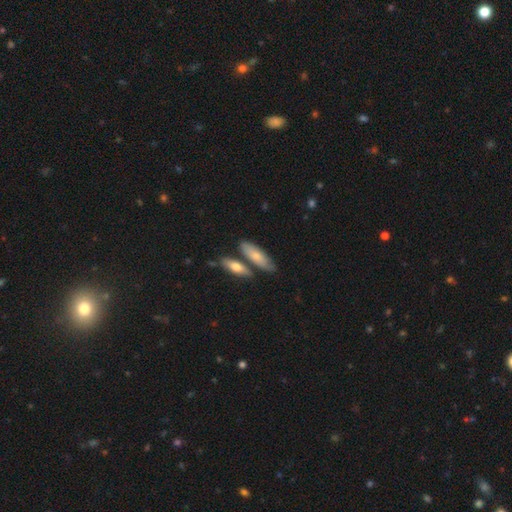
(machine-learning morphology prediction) Smooth or featured? smooth (69%)
How rounded? in between (57%)
Merging? none (63%)